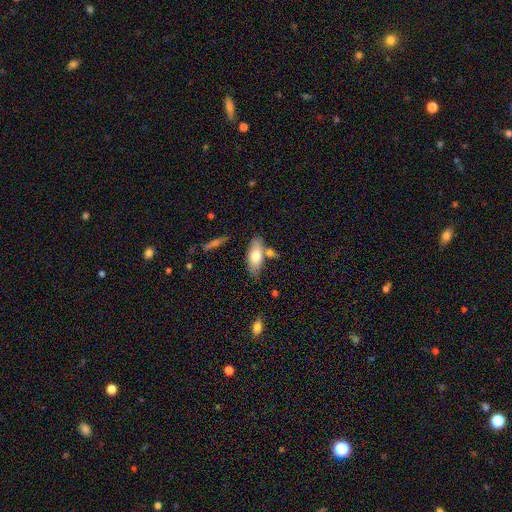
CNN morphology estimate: Smooth or featured? smooth (72%)
How rounded? in between (83%)
Merging? none (63%)